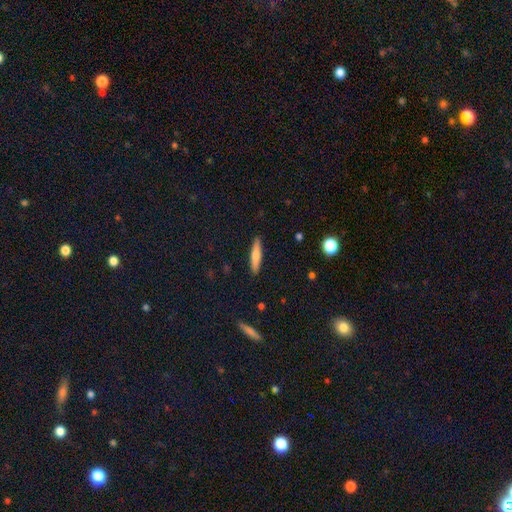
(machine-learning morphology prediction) Overall: smooth (68%). How rounded: cigar-shaped (86%). Merging: none (89%).